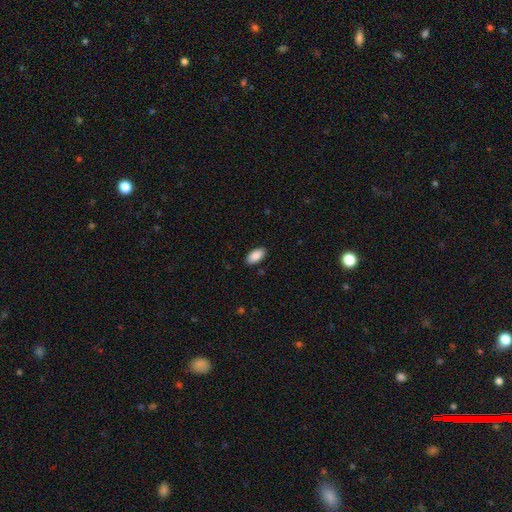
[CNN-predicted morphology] The model was most divided on "merging": none: 88%, minor disturbance: 9%, major disturbance: 2%, merger: 1%. More confident: how rounded — in between (93%); smooth or featured — smooth (89%).